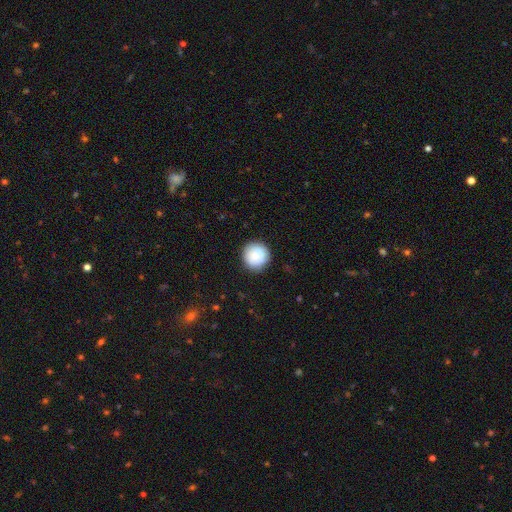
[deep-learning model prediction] smooth_or_featured: smooth (p=0.82) [alt: featured or disk p=0.11]
how_rounded: round (p=0.95) [alt: in between p=0.04]
merging: none (p=0.89) [alt: minor disturbance p=0.08]